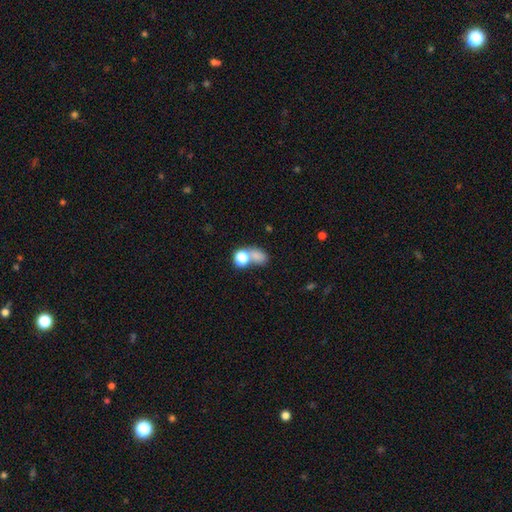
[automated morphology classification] A smooth galaxy with no disk features (75%) that is in between round and cigar-shaped (58%). Merging: merger (44%).